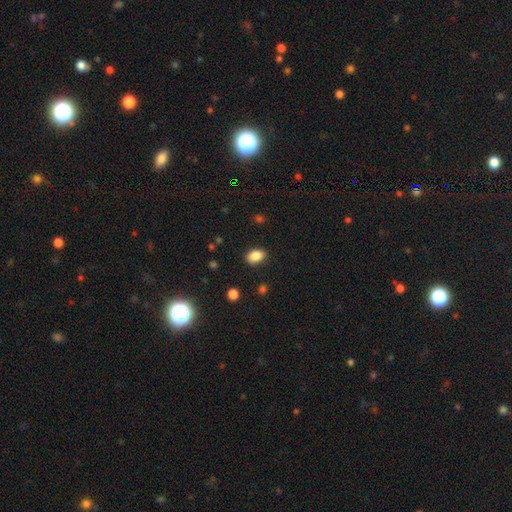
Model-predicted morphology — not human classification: This appears to be a smooth galaxy with no disk features (85%) that is in between round and cigar-shaped (82%). Merging: none (85%).